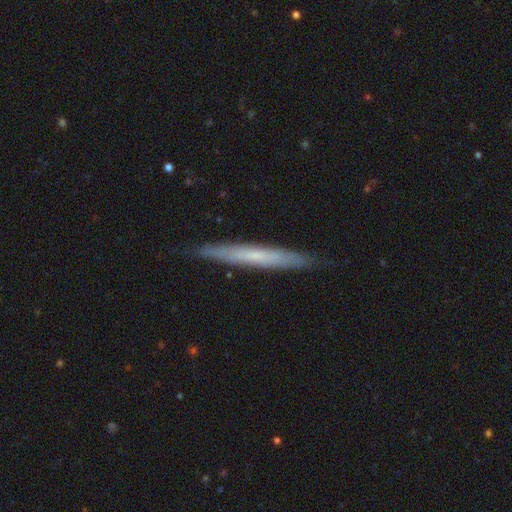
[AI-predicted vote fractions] Q: Smooth or featured?
A: featured or disk (48%); runner-up: smooth (46%)
Q: Merging?
A: none (88%); runner-up: minor disturbance (10%)